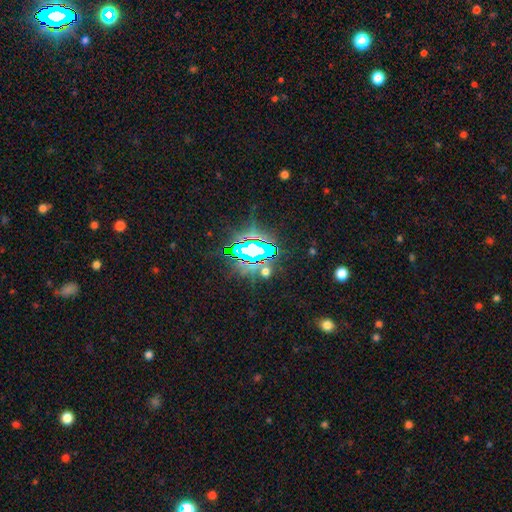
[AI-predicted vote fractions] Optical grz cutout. It shows a star or artifact, not a galaxy (76%).